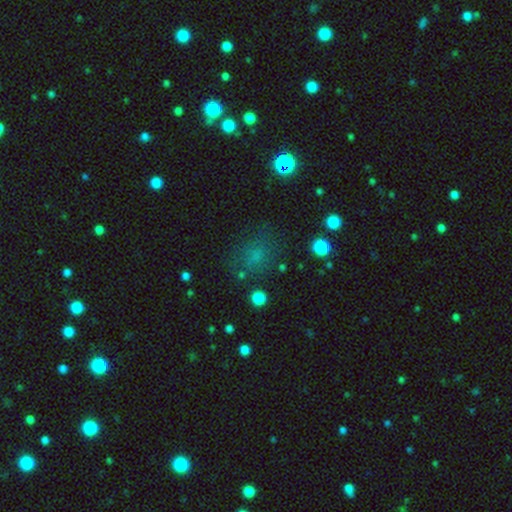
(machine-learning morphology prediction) This appears to be a smooth galaxy with no disk features (62%) that is round (53%). Merging: none (69%).